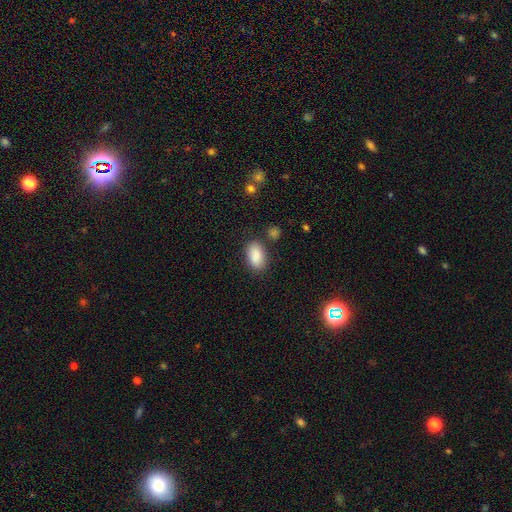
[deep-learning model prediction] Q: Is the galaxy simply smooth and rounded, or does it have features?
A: smooth — 89%.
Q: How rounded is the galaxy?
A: in between — 92%.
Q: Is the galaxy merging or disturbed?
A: none — 78%.